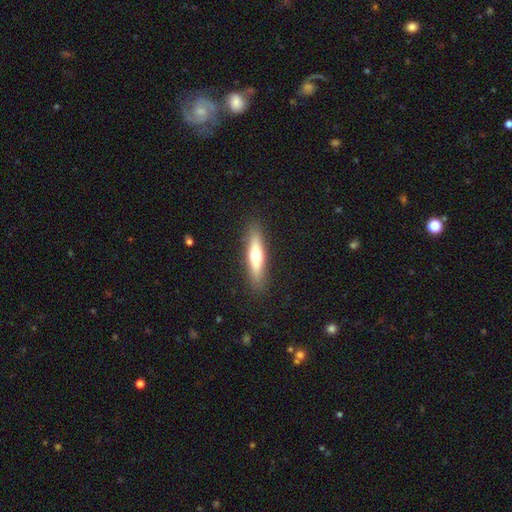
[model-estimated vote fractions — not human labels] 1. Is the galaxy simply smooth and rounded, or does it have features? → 55% smooth, 39% featured or disk, 6% star or artifact.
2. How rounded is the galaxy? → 79% cigar-shaped, 19% in between, 2% round.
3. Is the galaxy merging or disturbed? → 89% none, 8% minor disturbance, 2% major disturbance, 1% merger.